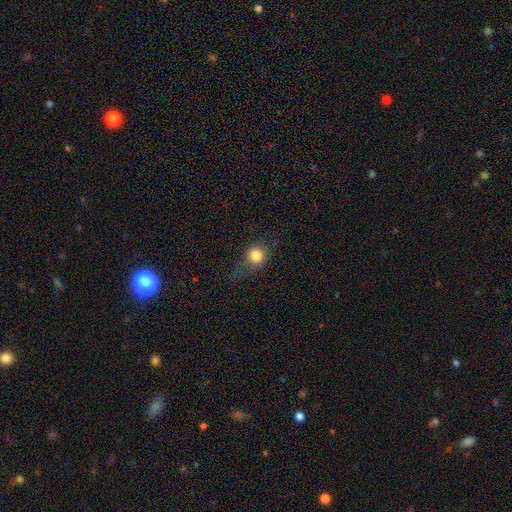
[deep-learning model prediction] smooth-or-featured: smooth: 79% | star or artifact: 11% | featured or disk: 10%
  how-rounded: round: 84% | in between: 14% | cigar-shaped: 1%
  merging: none: 63% | minor disturbance: 22% | major disturbance: 13% | merger: 1%